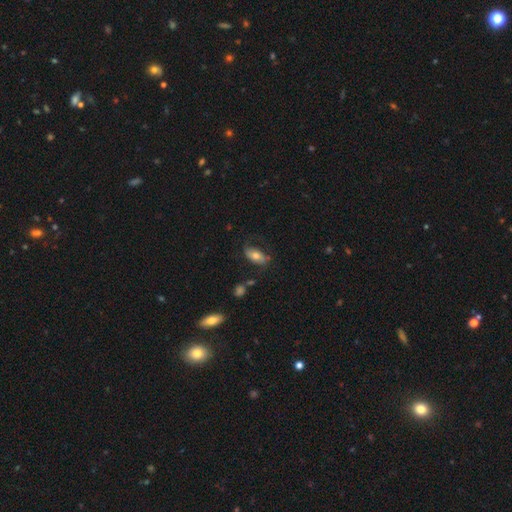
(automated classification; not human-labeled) The model was most divided on "smooth or featured": smooth: 63%, featured or disk: 30%, star or artifact: 7%. More confident: how rounded — in between (90%); merging — none (63%).